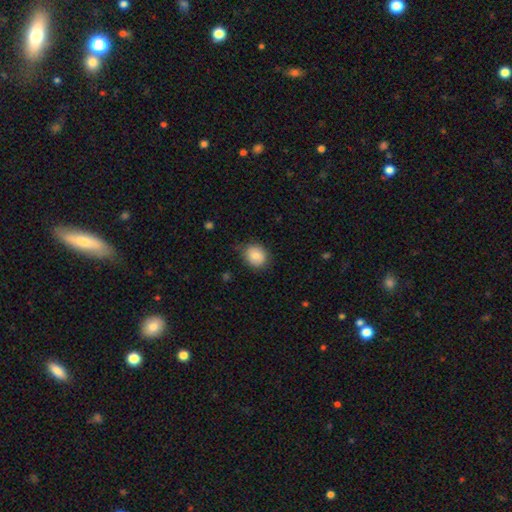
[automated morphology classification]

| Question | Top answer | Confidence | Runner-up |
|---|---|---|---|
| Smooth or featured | smooth | 85% | star or artifact (8%) |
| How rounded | round | 61% | in between (38%) |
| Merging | none | 76% | minor disturbance (19%) |